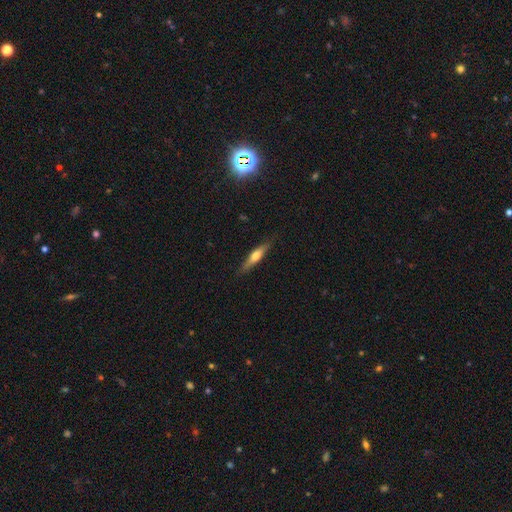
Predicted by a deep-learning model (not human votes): A smooth galaxy with no disk features (50%) that is cigar-shaped (82%). Merging: none (84%).